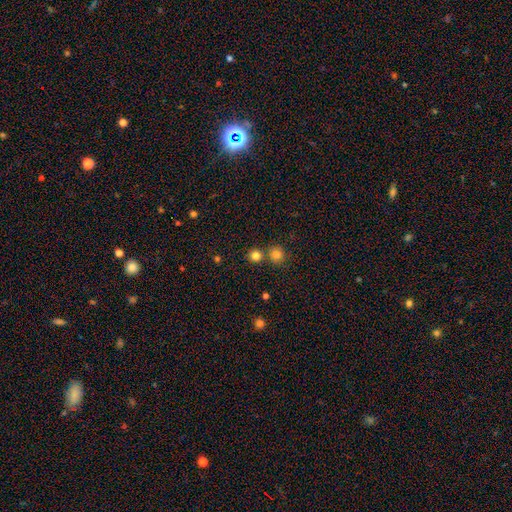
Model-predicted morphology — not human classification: Smooth or featured?
  - smooth: 81% *
  - star or artifact: 14%
  - featured or disk: 5%
How rounded?
  - round: 92% *
  - in between: 7%
  - cigar-shaped: 1%
Merging?
  - none: 72% *
  - merger: 19%
  - minor disturbance: 6%
  - major disturbance: 2%